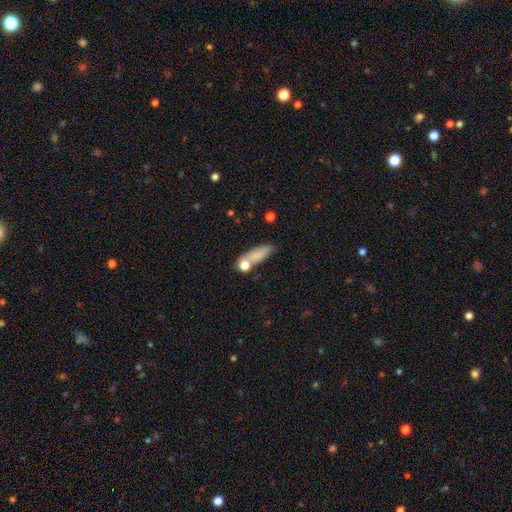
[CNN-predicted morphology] This appears to be a smooth galaxy with no disk features (78%) that is in between round and cigar-shaped (51%). Merging: none (58%).